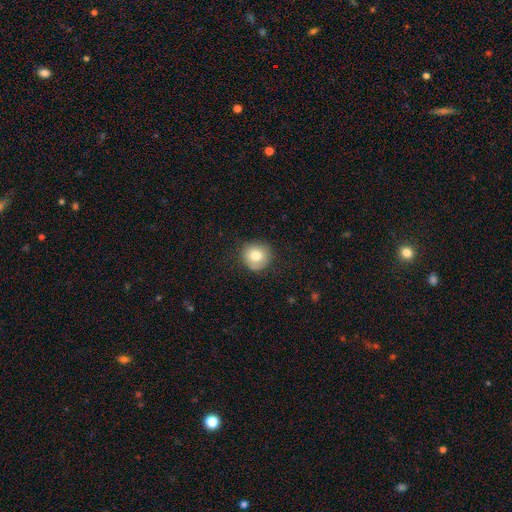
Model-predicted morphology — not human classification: Overall: smooth (78%). How rounded: round (91%). Merging: none (81%).